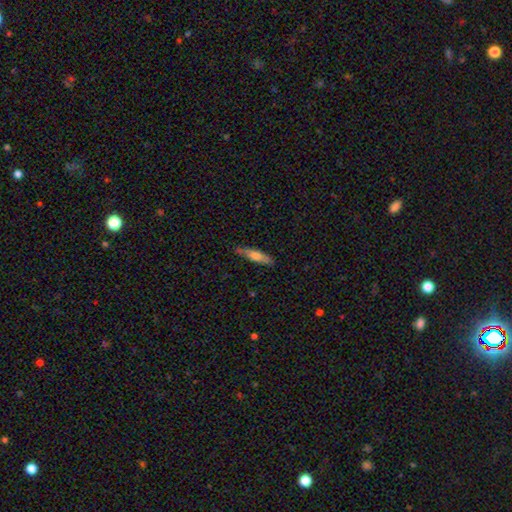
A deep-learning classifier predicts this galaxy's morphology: Smooth or featured? Predicted: smooth (p=0.63). How rounded? Predicted: cigar-shaped (p=0.73). Merging? Predicted: none (p=0.78).